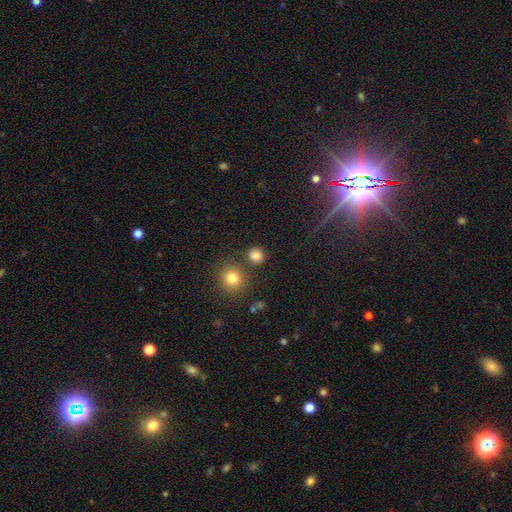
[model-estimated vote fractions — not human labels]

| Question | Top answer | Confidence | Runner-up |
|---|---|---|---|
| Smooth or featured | smooth | 82% | star or artifact (13%) |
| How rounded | round | 88% | in between (11%) |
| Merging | none | 82% | merger (8%) |